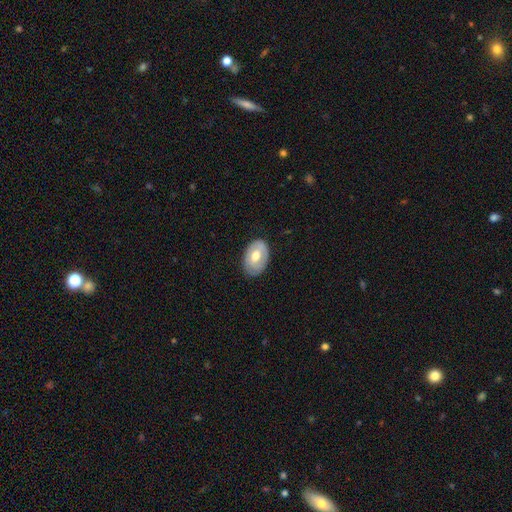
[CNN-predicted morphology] This is possibly a smooth galaxy (52%). How rounded: clearly in between (87%). Merging: likely none (80%).